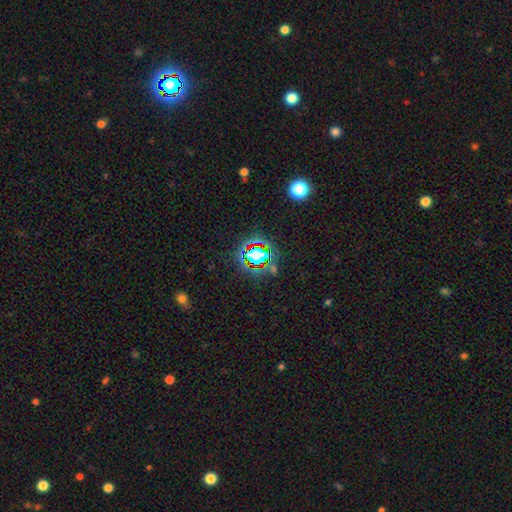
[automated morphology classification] smooth-or-featured: star or artifact: 61% | smooth: 27% | featured or disk: 12%